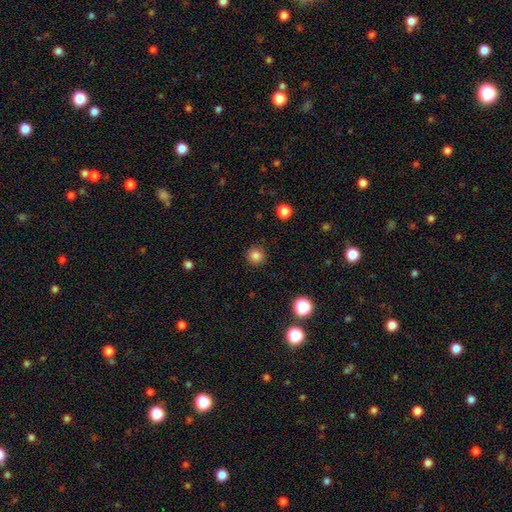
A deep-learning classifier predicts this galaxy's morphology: Overall: smooth (84%). How rounded: round (94%). Merging: none (91%).